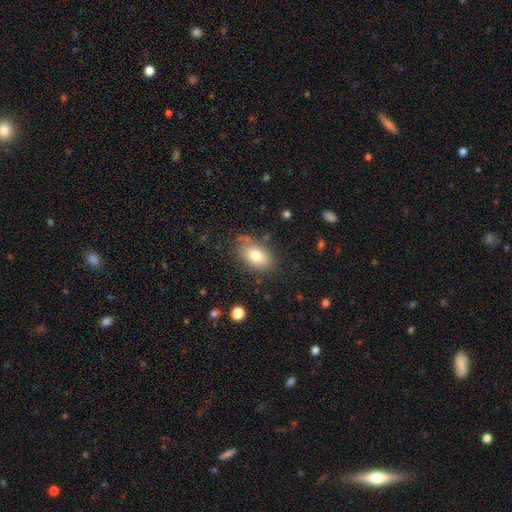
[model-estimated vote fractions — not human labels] Smooth or featured: smooth — 75% (featured or disk — 16%)
How rounded: in between — 88% (round — 11%)
Merging: none — 72% (minor disturbance — 19%)